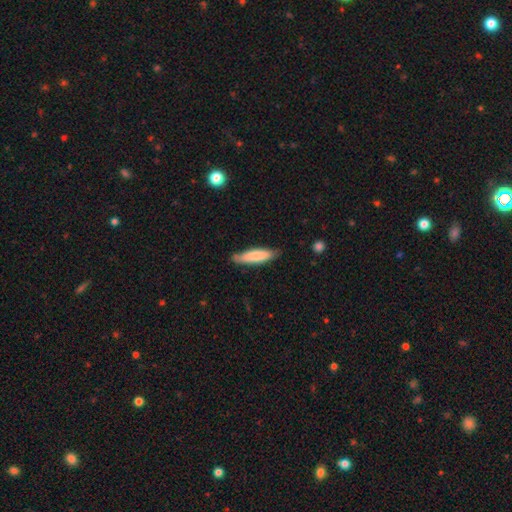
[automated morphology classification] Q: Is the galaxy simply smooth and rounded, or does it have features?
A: smooth — 77%.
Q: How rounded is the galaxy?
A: cigar-shaped — 74%.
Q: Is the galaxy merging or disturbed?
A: none — 77%.